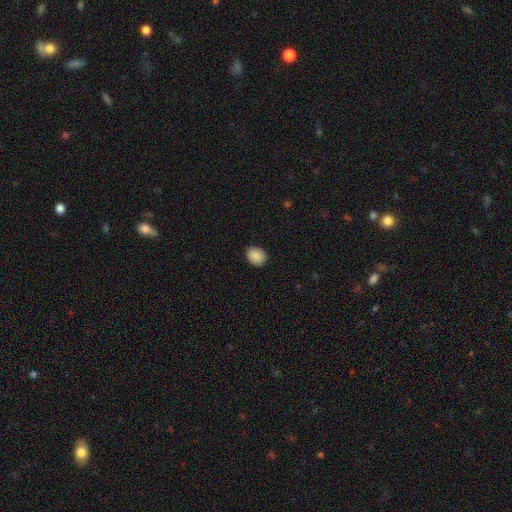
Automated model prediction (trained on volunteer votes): Smooth or featured? smooth (89%)
How rounded? round (50%)
Merging? none (89%)